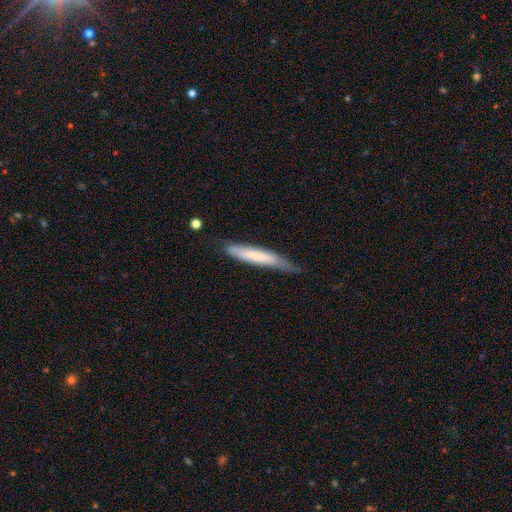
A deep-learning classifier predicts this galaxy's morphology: Smooth or featured? Predicted: smooth (p=0.62). How rounded? Predicted: cigar-shaped (p=0.90). Merging? Predicted: none (p=0.63).